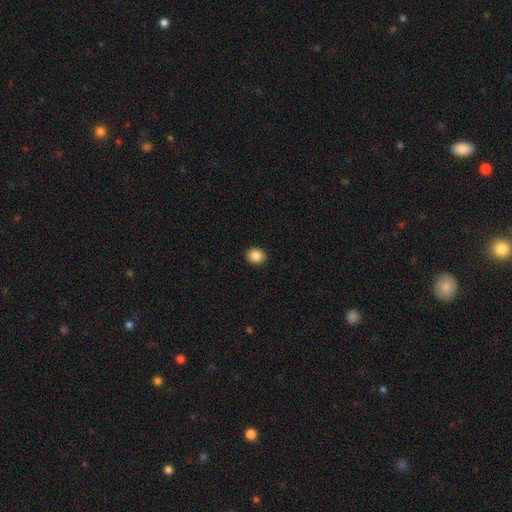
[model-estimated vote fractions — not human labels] smooth 88%, star or artifact 9%, featured or disk 4%. Down the decision tree: how rounded — round (56%); merging — none (92%).